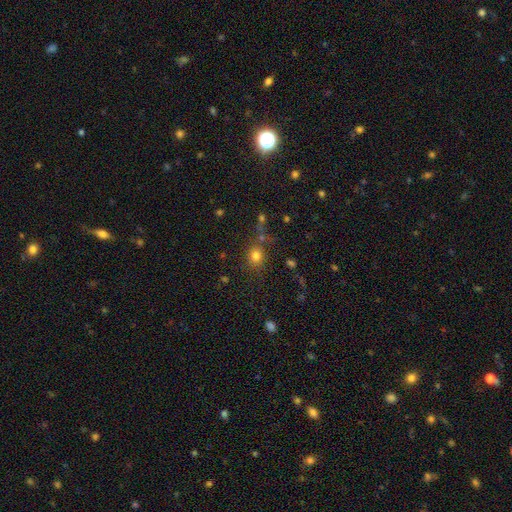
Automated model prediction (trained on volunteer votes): Overall: smooth (76%). How rounded: round (74%). Merging: none (71%).